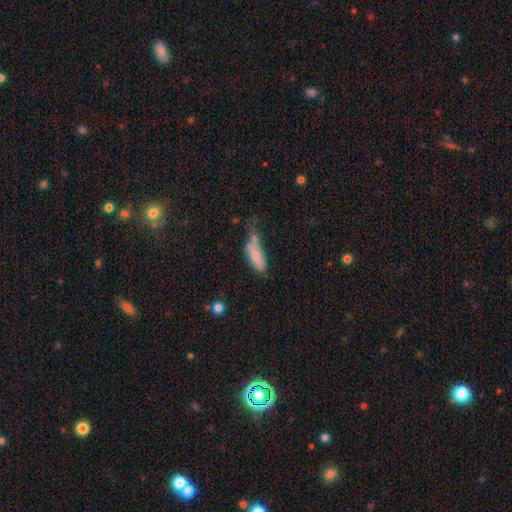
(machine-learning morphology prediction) smooth_or_featured: smooth (p=0.75) [alt: featured or disk p=0.17]
how_rounded: in between (p=0.71) [alt: cigar-shaped p=0.26]
merging: minor disturbance (p=0.30) [alt: none p=0.26]